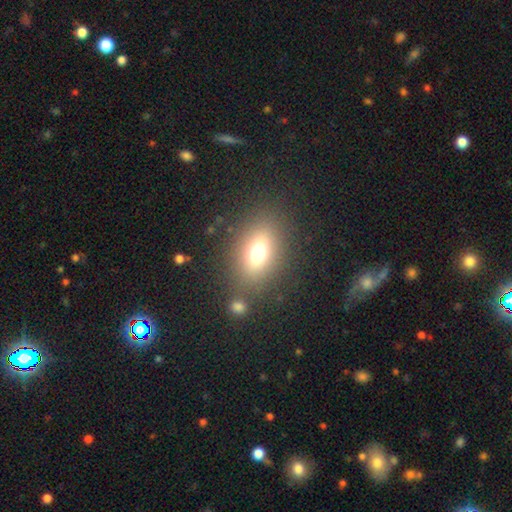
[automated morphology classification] Smooth or featured? Predicted: smooth (p=0.66). How rounded? Predicted: in between (p=0.64). Merging? Predicted: none (p=0.78).